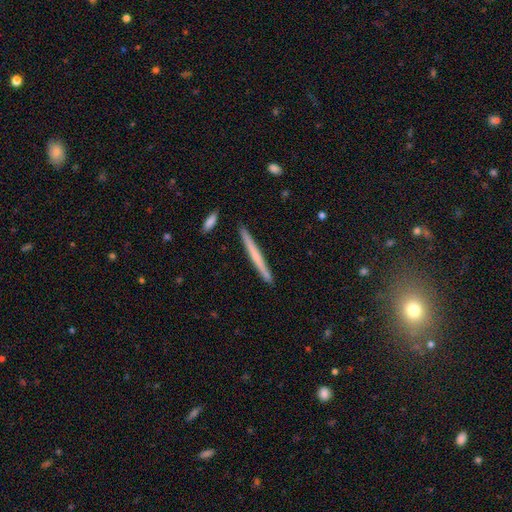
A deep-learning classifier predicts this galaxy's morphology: smooth_or_featured: smooth (p=0.53) [alt: featured or disk p=0.41]
how_rounded: cigar-shaped (p=0.97) [alt: in between p=0.02]
merging: none (p=0.91) [alt: minor disturbance p=0.06]